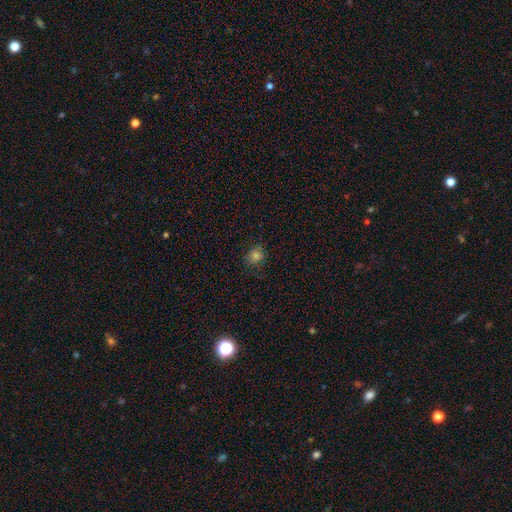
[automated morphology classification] smooth 76%, star or artifact 17%, featured or disk 7%. Down the decision tree: how rounded — round (80%); merging — none (79%).